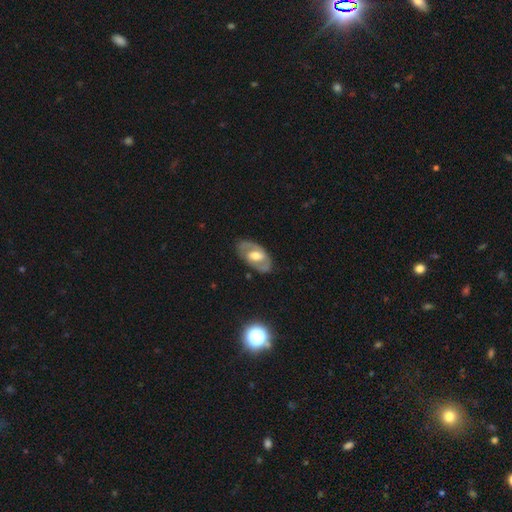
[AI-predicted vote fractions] smooth_or_featured: featured or disk (p=0.68) [alt: smooth p=0.26]
disk_edge_on: no (p=0.92) [alt: yes p=0.08]
bar: weak (p=0.44) [alt: no p=0.33]
has_spiral_arms: yes (p=0.61) [alt: no p=0.39]
bulge_size: moderate (p=0.60) [alt: large p=0.24]
merging: none (p=0.80) [alt: minor disturbance p=0.14]